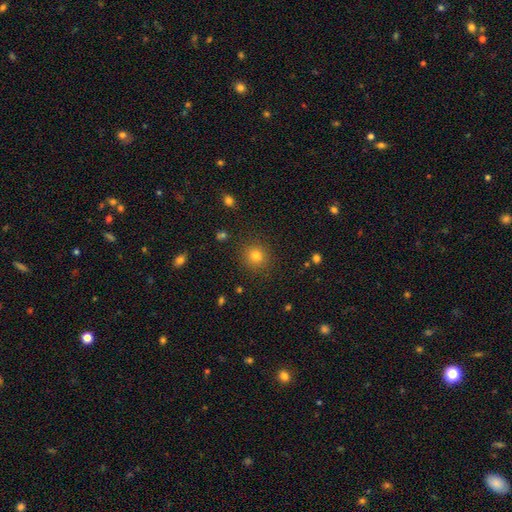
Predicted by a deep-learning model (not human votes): This appears to be a smooth galaxy with no disk features (80%) that is round (86%). Merging: none (89%).